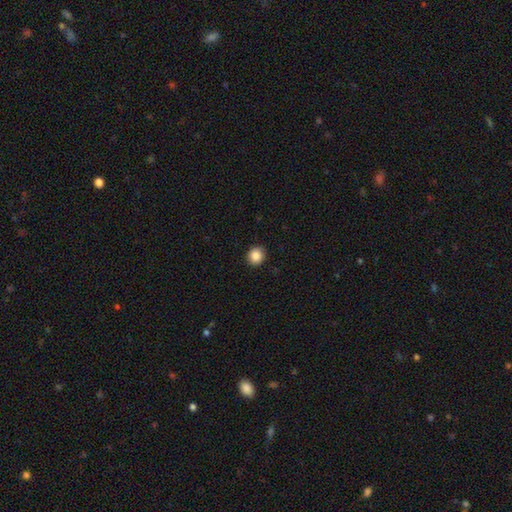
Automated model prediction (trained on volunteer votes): Smooth or featured: smooth — 87% (star or artifact — 9%)
How rounded: round — 85% (in between — 14%)
Merging: none — 91% (minor disturbance — 6%)